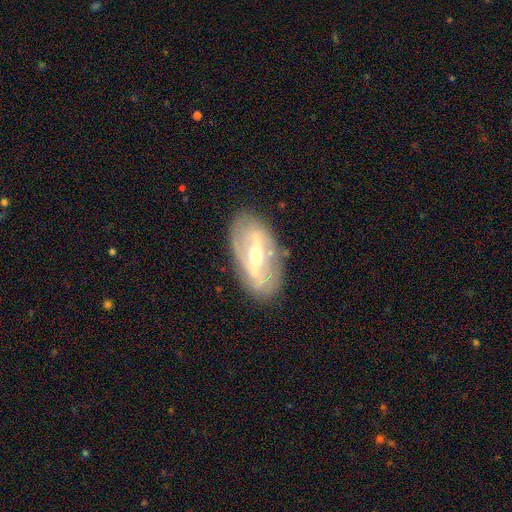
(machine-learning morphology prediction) smooth-or-featured: featured or disk: 78% | smooth: 16% | star or artifact: 6%
  disk-edge-on: no: 89% | yes: 11%
    bar: strong: 56% | weak: 31% | no: 13%
    has-spiral-arms: yes: 67% | no: 33%
    bulge-size: moderate: 60% | small: 34% | large: 4% | none: 1% | dominant: 1%
  merging: none: 78% | minor disturbance: 15% | major disturbance: 5% | merger: 2%